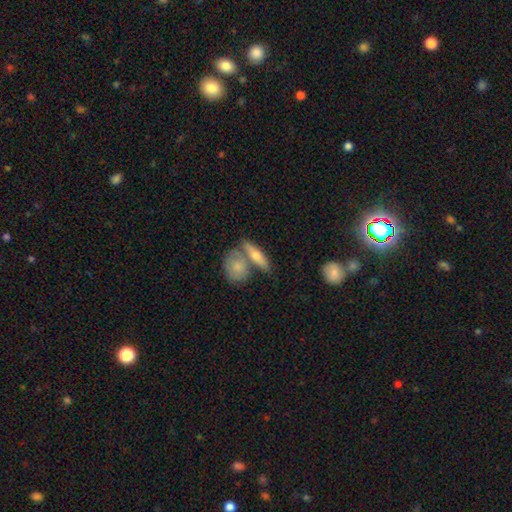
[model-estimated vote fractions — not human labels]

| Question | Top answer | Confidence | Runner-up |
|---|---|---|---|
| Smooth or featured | smooth | 60% | featured or disk (34%) |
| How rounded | cigar-shaped | 46% | in between (45%) |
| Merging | none | 51% | merger (34%) |